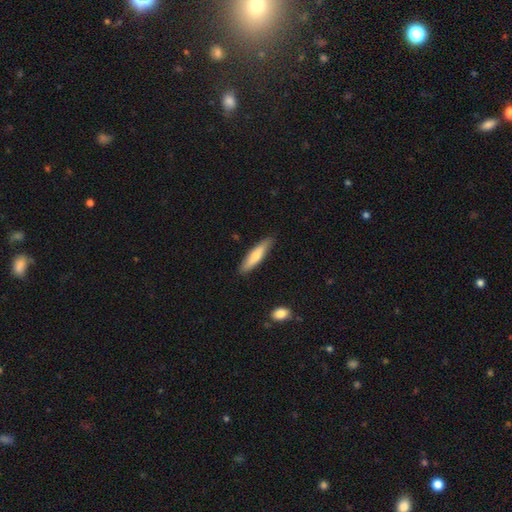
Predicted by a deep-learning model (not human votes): Smooth or featured? Predicted: smooth (p=0.65). How rounded? Predicted: cigar-shaped (p=0.77). Merging? Predicted: none (p=0.86).